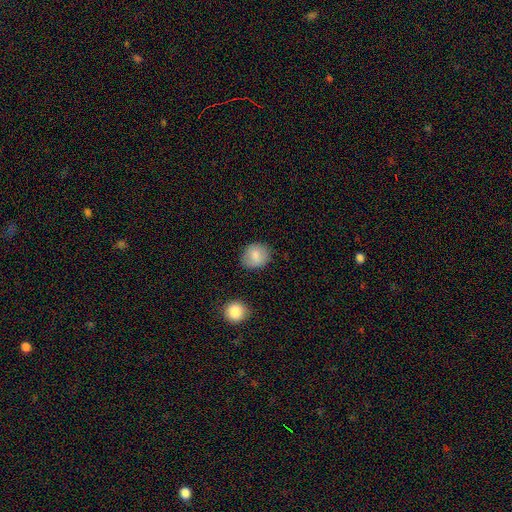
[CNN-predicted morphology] Overall: smooth (82%). How rounded: round (70%). Merging: none (79%).